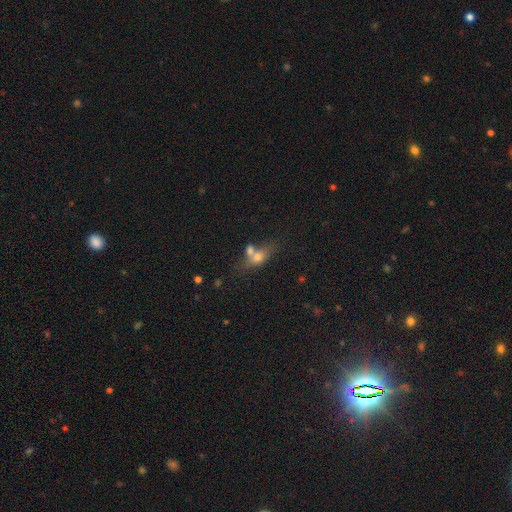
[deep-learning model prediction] smooth_or_featured: smooth (p=0.62) [alt: featured or disk p=0.27]
how_rounded: in between (p=0.63) [alt: round p=0.20]
merging: merger (p=0.44) [alt: none p=0.37]